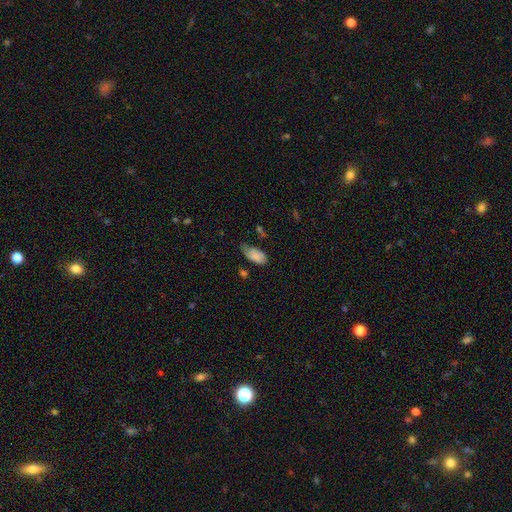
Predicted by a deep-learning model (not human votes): This is clearly a smooth galaxy (83%). How rounded: clearly in between (93%). Merging: marginally minor disturbance (43%).